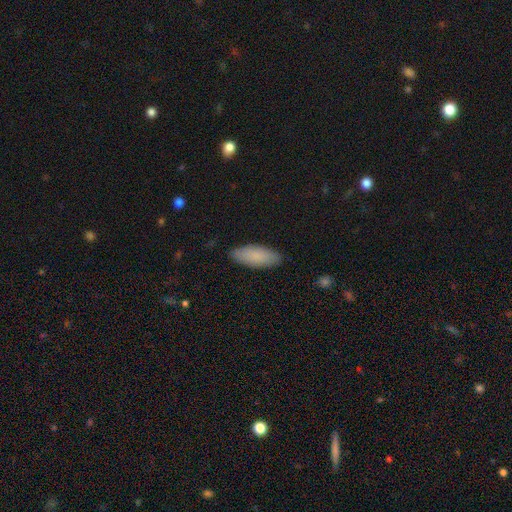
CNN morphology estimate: Smooth or featured? Predicted: smooth (p=0.87). How rounded? Predicted: in between (p=0.75). Merging? Predicted: none (p=0.87).